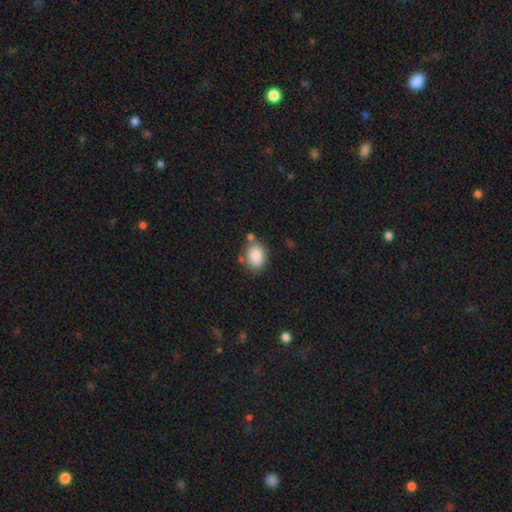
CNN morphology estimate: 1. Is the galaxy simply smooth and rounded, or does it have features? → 87% smooth, 8% star or artifact, 5% featured or disk.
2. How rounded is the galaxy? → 71% in between, 28% round, 1% cigar-shaped.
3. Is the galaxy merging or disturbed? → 69% none, 16% minor disturbance, 11% merger, 4% major disturbance.